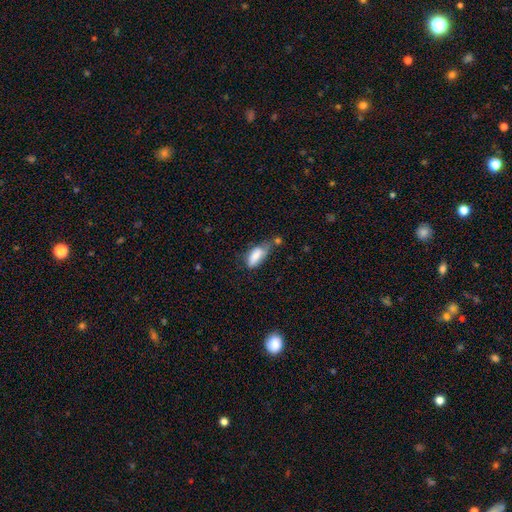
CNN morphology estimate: Overall: smooth (79%). How rounded: in between (83%). Merging: minor disturbance (36%; none 31%).